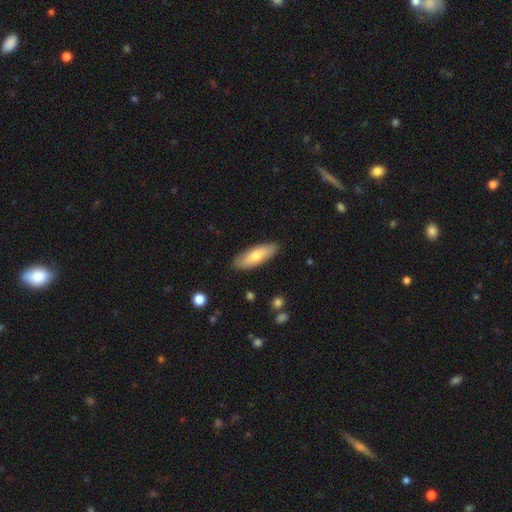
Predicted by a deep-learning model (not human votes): smooth_or_featured: smooth (p=0.69) [alt: featured or disk p=0.26]
how_rounded: in between (p=0.64) [alt: cigar-shaped p=0.33]
merging: none (p=0.87) [alt: minor disturbance p=0.10]